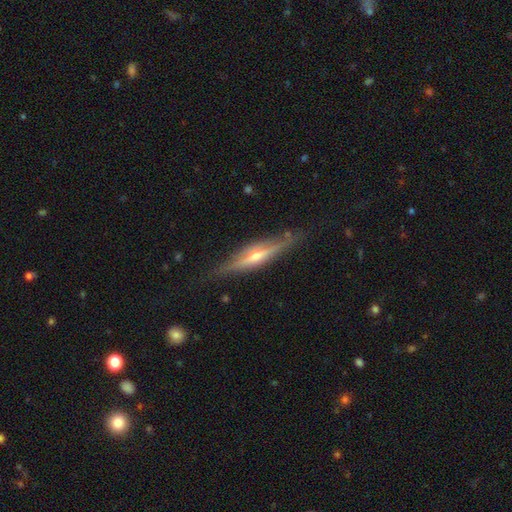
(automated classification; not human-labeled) smooth_or_featured: featured or disk (p=0.75) [alt: smooth p=0.19]
disk_edge_on: yes (p=0.96) [alt: no p=0.04]
edge_on_bulge: rounded (p=0.80) [alt: none p=0.11]
merging: none (p=0.83) [alt: minor disturbance p=0.13]